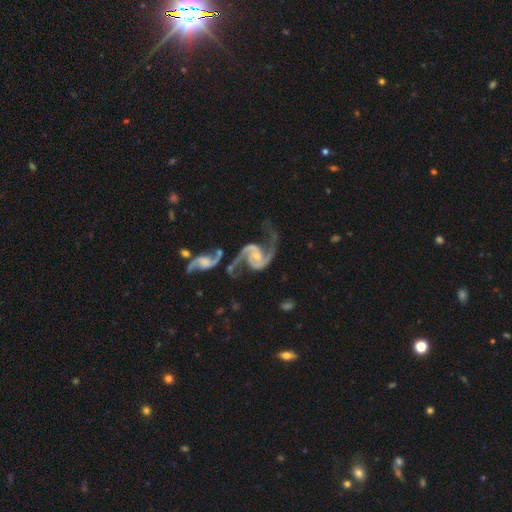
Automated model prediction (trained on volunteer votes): This appears to be a featured or disk galaxy (94%) with no bar (48%), 2 (94%) medium (49%) spiral arms (98%) and a small central bulge (58%). Merging: none (45%).